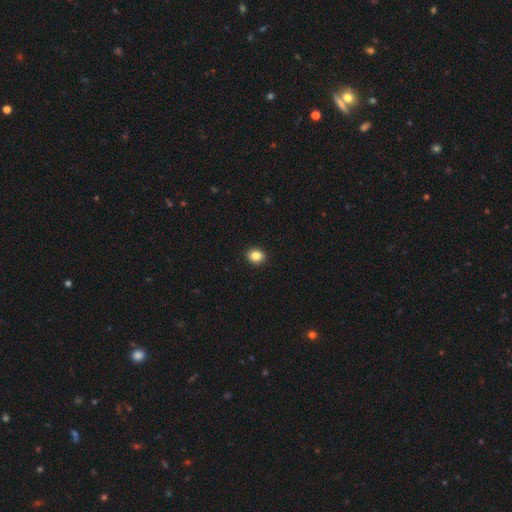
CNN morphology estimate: smooth-or-featured: smooth: 85% | star or artifact: 10% | featured or disk: 5%
  how-rounded: round: 53% | in between: 46% | cigar-shaped: 1%
  merging: none: 92% | minor disturbance: 6% | major disturbance: 1% | merger: 1%